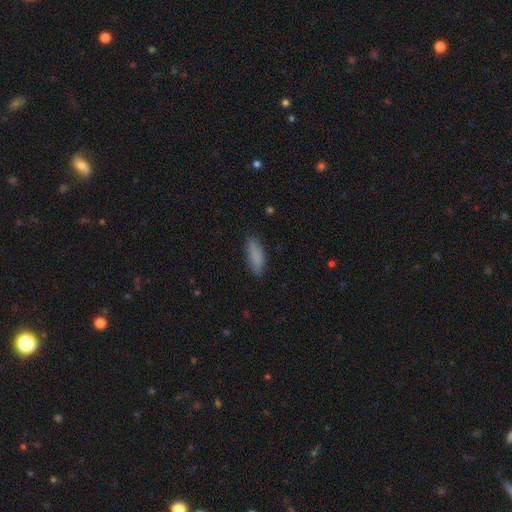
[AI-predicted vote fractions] Overall: smooth (85%). How rounded: in between (55%; cigar-shaped 43%). Merging: none (81%).